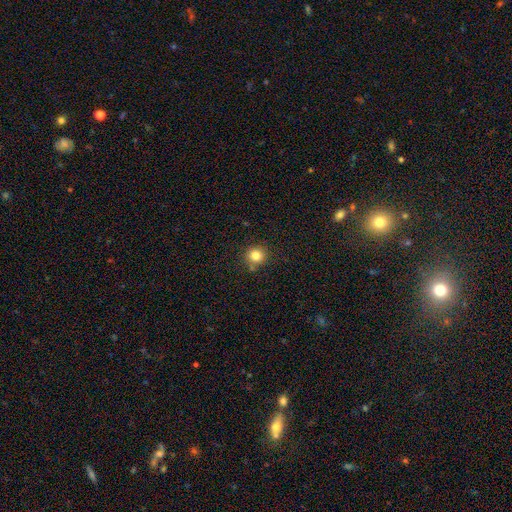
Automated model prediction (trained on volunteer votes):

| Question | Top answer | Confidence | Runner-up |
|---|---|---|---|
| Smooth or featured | smooth | 82% | star or artifact (12%) |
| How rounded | round | 90% | in between (9%) |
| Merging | none | 81% | minor disturbance (10%) |